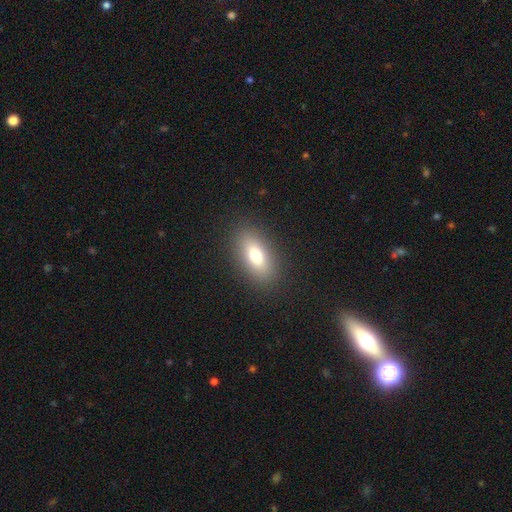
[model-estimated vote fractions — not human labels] Overall: smooth (75%). How rounded: in between (85%). Merging: none (88%).